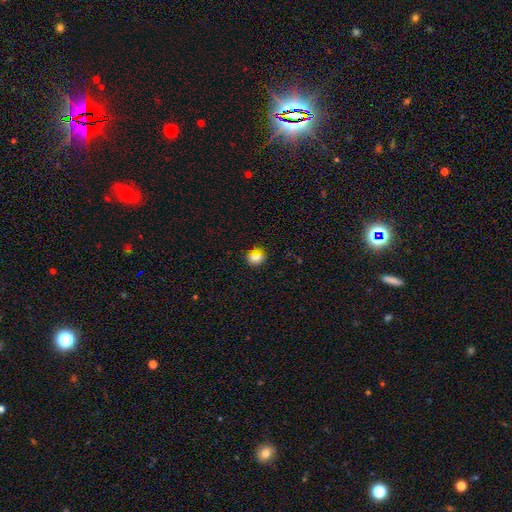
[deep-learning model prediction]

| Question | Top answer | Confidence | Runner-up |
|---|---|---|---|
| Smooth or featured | smooth | 75% | star or artifact (15%) |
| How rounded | round | 81% | in between (18%) |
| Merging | none | 89% | minor disturbance (8%) |